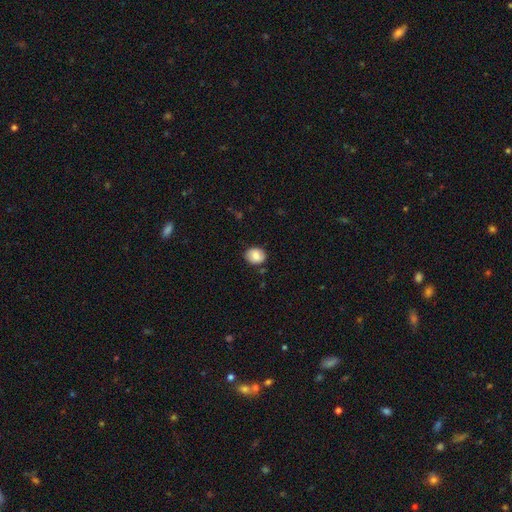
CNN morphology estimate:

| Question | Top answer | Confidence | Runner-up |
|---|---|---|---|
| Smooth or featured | smooth | 82% | featured or disk (10%) |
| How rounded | round | 59% | in between (40%) |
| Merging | none | 82% | minor disturbance (13%) |